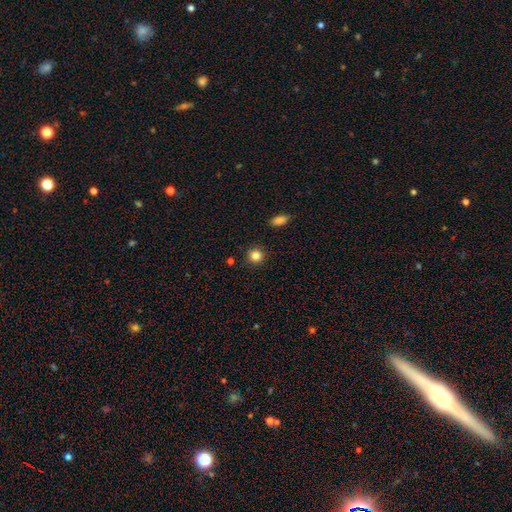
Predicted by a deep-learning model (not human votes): A smooth galaxy with no disk features (84%) that is round (91%).

Vote fractions:
- Smooth or featured? smooth: 84% / star or artifact: 11% / featured or disk: 4%
- How rounded? round: 91% / in between: 8% / cigar-shaped: 1%
- Merging? none: 89% / minor disturbance: 7% / major disturbance: 2% / merger: 2%